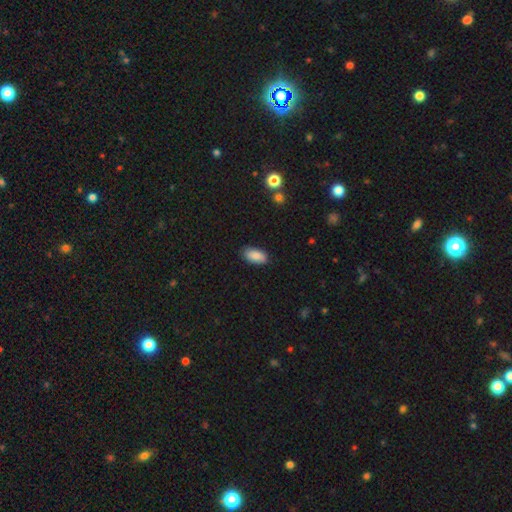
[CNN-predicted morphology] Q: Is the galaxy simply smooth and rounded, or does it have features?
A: smooth — 88%.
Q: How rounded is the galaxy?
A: in between — 93%.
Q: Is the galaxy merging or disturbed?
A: none — 85%.